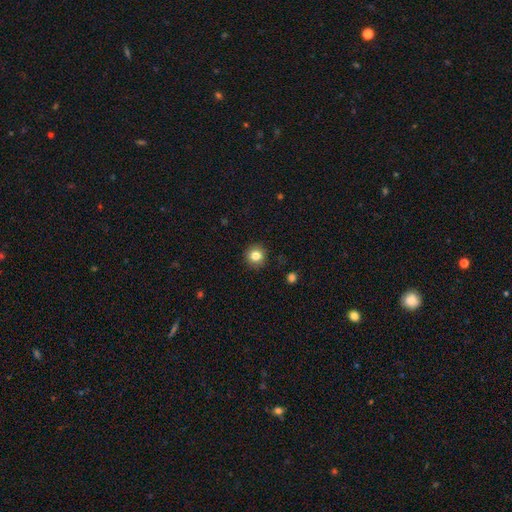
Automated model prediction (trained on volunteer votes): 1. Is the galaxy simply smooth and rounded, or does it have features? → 83% smooth, 11% star or artifact, 7% featured or disk.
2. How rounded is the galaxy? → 94% round, 6% in between, 1% cigar-shaped.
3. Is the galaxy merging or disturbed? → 91% none, 6% minor disturbance, 2% major disturbance, 1% merger.